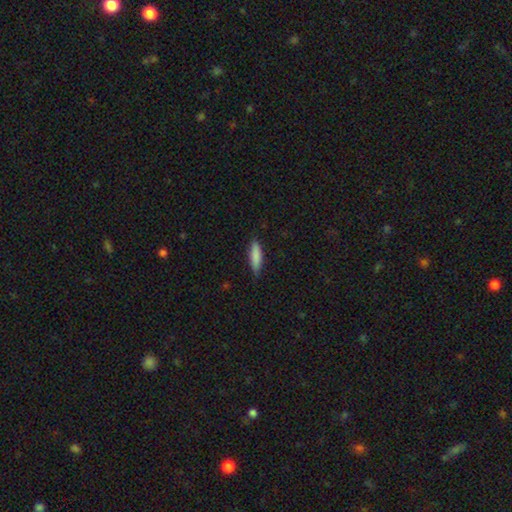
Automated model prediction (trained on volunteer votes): smooth-or-featured: smooth: 84% | featured or disk: 10% | star or artifact: 6%
  how-rounded: cigar-shaped: 62% | in between: 37% | round: 2%
  merging: none: 82% | minor disturbance: 15% | major disturbance: 2% | merger: 1%